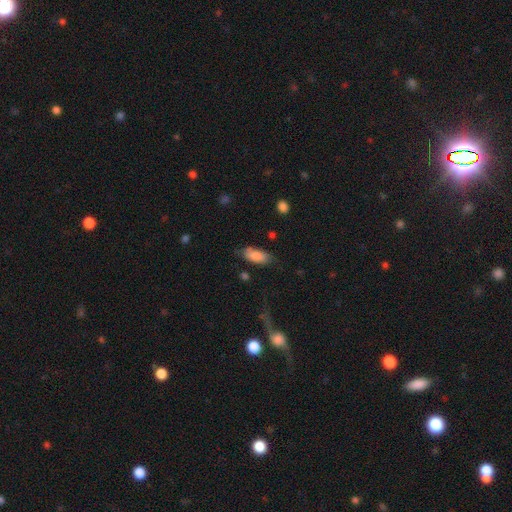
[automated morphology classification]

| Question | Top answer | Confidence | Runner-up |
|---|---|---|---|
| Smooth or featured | smooth | 80% | featured or disk (14%) |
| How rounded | in between | 86% | cigar-shaped (11%) |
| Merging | none | 67% | minor disturbance (24%) |